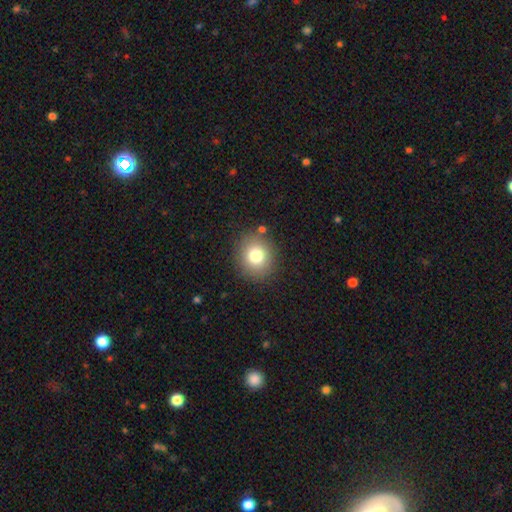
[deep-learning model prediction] Q: Smooth or featured?
A: smooth (78%); runner-up: star or artifact (11%)
Q: How rounded?
A: round (82%); runner-up: in between (17%)
Q: Merging?
A: none (86%); runner-up: minor disturbance (8%)